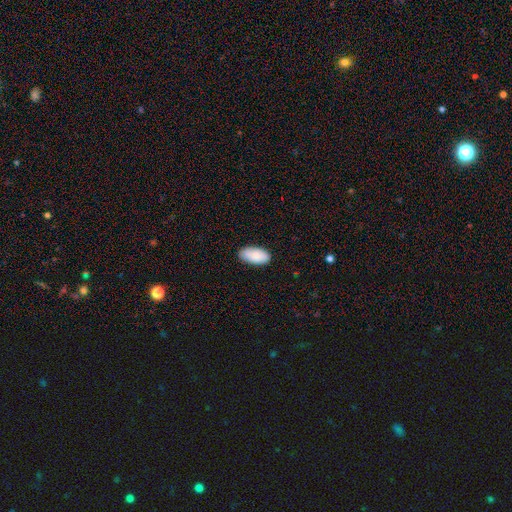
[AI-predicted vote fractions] smooth-or-featured: smooth: 86% | featured or disk: 8% | star or artifact: 6%
  how-rounded: in between: 95% | cigar-shaped: 3% | round: 2%
  merging: none: 85% | minor disturbance: 12% | major disturbance: 2% | merger: 1%